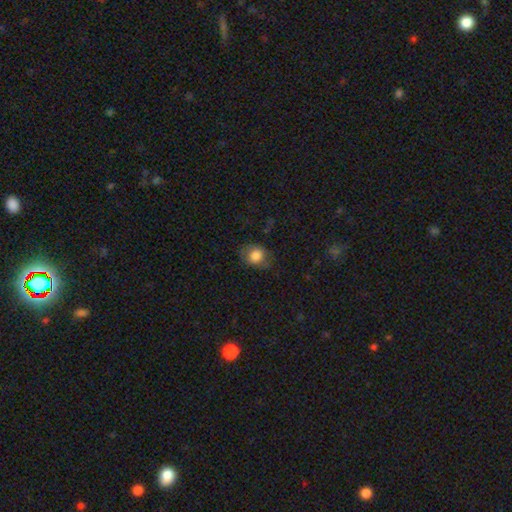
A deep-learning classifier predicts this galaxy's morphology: smooth 81%, featured or disk 10%, star or artifact 9%. Down the decision tree: how rounded — round (56%); merging — none (71%).